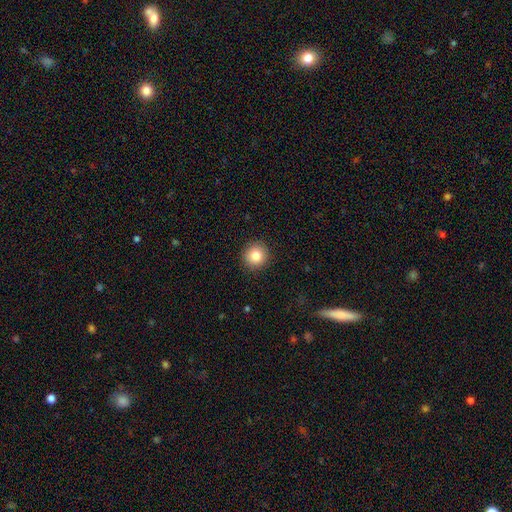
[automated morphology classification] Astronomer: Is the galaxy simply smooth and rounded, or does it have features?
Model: smooth — 83%.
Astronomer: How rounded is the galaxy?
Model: round — 92%.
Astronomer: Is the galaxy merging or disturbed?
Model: none — 91%.